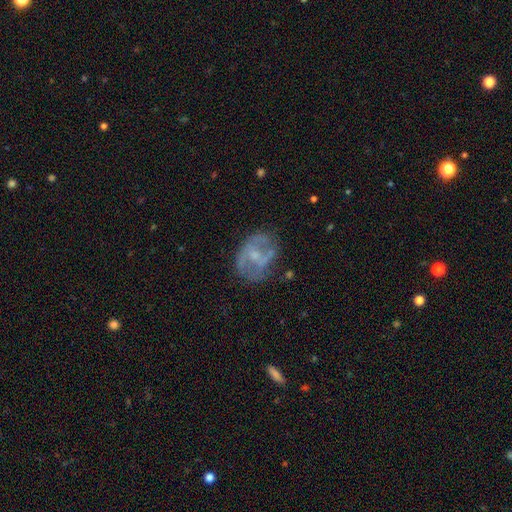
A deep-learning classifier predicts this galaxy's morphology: type=featured or disk (67%); edge-on=no (97%); bar=no (58%); spiral arms=yes (54%); bulge=small (50%); merging=none (57%).